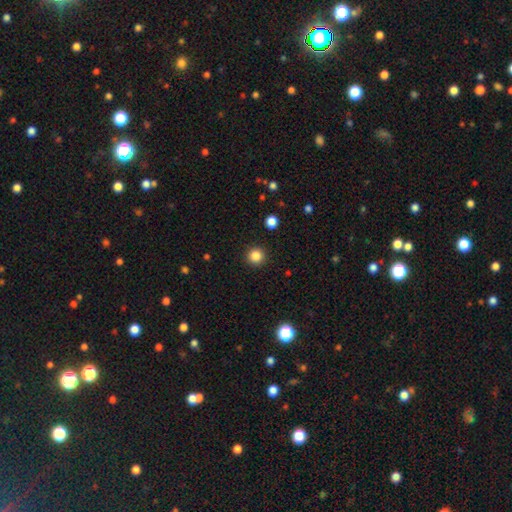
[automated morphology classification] smooth-or-featured: smooth: 85% | star or artifact: 11% | featured or disk: 4%
  how-rounded: round: 95% | in between: 4% | cigar-shaped: 1%
  merging: none: 92% | minor disturbance: 5% | major disturbance: 2% | merger: 1%